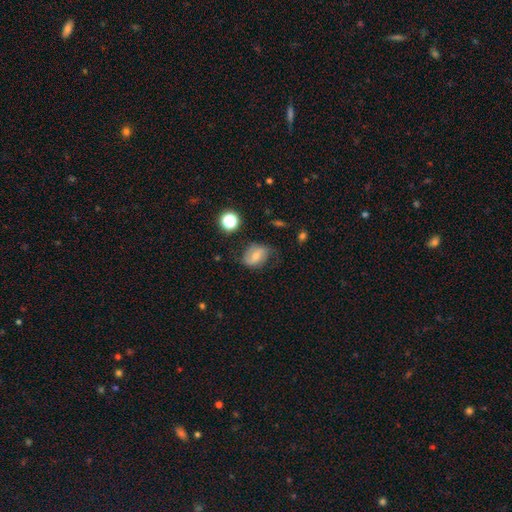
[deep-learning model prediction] Overall: smooth (53%; featured or disk 35%). How rounded: in between (59%; round 40%). Merging: none (63%; minor disturbance 26%).